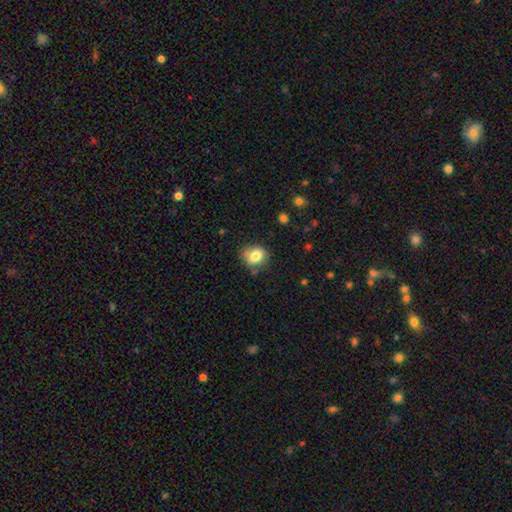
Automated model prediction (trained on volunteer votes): Smooth or featured? Predicted: smooth (p=0.79). How rounded? Predicted: round (p=0.61). Merging? Predicted: none (p=0.71).